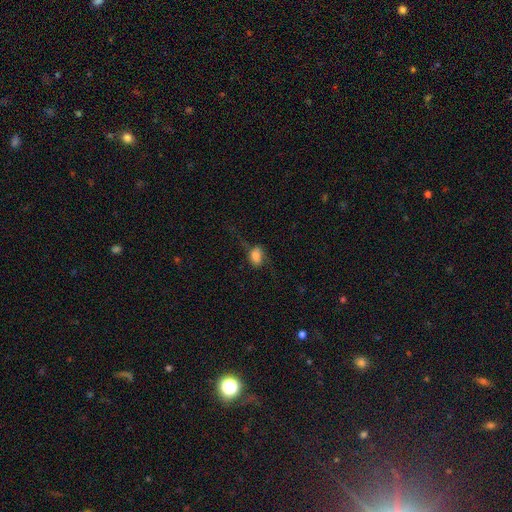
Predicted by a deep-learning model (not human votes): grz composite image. It shows a smooth galaxy with no disk features (74%) that is in between round and cigar-shaped (79%). Merging: none (45%).